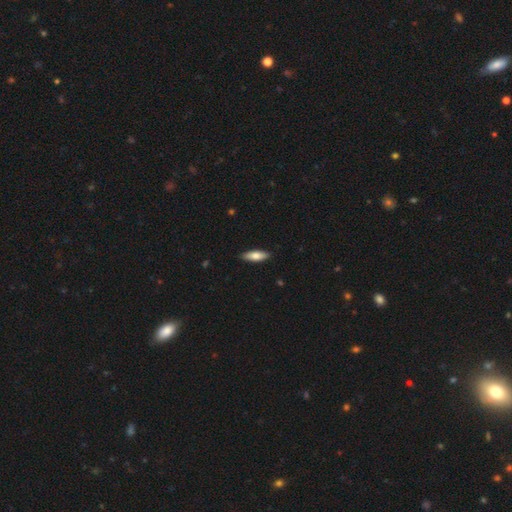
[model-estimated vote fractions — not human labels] A smooth galaxy with no disk features (73%) that is in between round and cigar-shaped (57%). Merging: none (89%).